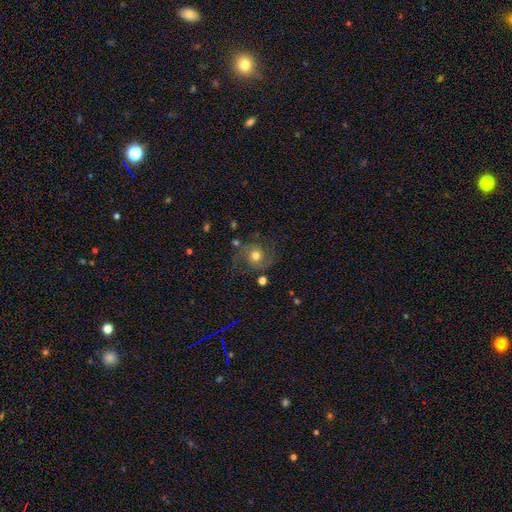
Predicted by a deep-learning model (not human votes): A featured or disk galaxy (68%) with no bar (74%), 2 (92%) medium (50%) spiral arms (92%) and a moderate central bulge (70%).

Vote fractions:
- Smooth or featured? featured or disk: 68% / smooth: 20% / star or artifact: 11%
- Edge-on disk? no: 97% / yes: 3%
- Bar? no: 74% / weak: 21% / strong: 4%
- Spiral arms? yes: 92% / no: 8%
- Spiral winding? medium: 50% / loose: 37% / tight: 13%
- Spiral arm count? 2: 92% / can't tell: 3% / 1: 2% / 3: 1% / 4: 1% / more than 4: 1%
- Bulge size? moderate: 70% / large: 14% / small: 13% / dominant: 2% / none: 1%
- Merging? none: 72% / minor disturbance: 15% / major disturbance: 10% / merger: 3%